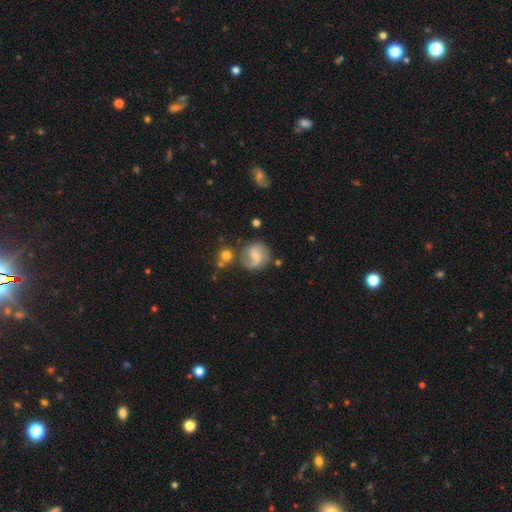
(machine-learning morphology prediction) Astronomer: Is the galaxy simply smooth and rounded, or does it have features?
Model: featured or disk — 63%.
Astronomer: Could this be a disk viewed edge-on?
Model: no — 98%.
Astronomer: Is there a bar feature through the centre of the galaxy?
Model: weak — 48% (runner-up: no, 41%).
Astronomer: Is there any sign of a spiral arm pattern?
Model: yes — 89%.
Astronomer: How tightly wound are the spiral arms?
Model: medium — 46% (runner-up: loose, 35%).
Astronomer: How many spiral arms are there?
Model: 2 — 76%.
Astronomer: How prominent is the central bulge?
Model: small — 50% (runner-up: moderate, 29%).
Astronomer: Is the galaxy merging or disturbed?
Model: none — 65%.